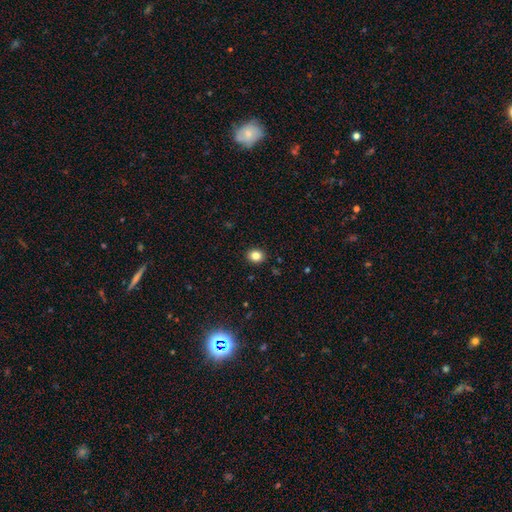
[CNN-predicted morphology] Overall: smooth (84%). How rounded: round (61%; in between 38%). Merging: none (91%).